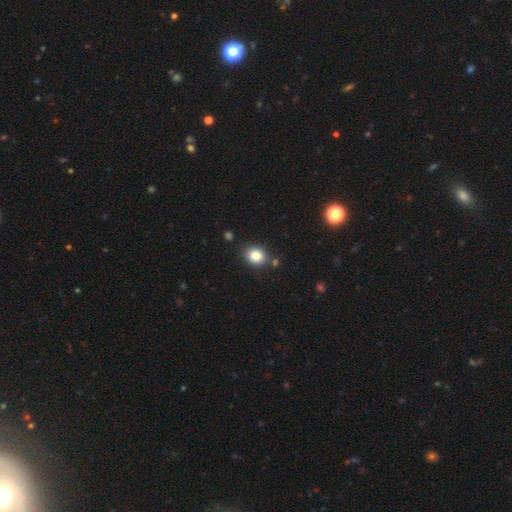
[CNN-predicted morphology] This appears to be a smooth galaxy with no disk features (84%) that is round (71%). Merging: none (80%).